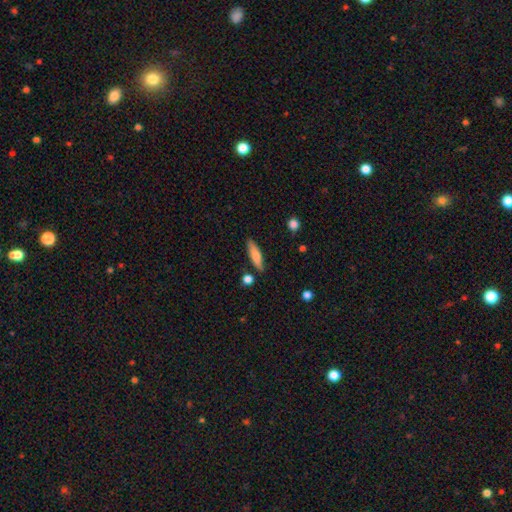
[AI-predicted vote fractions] Smooth or featured? Predicted: smooth (p=0.76). How rounded? Predicted: cigar-shaped (p=0.68). Merging? Predicted: none (p=0.82).